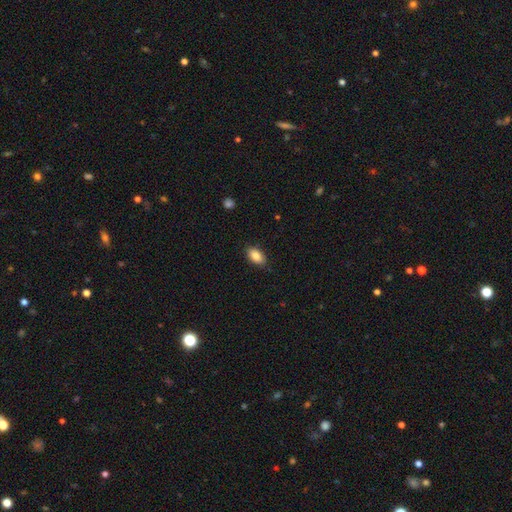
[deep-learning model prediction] A smooth galaxy with no disk features (87%) that is in between round and cigar-shaped (92%).

Vote fractions:
- Smooth or featured? smooth: 87% / star or artifact: 7% / featured or disk: 6%
- How rounded? in between: 92% / round: 5% / cigar-shaped: 3%
- Merging? none: 87% / minor disturbance: 10% / major disturbance: 2% / merger: 1%